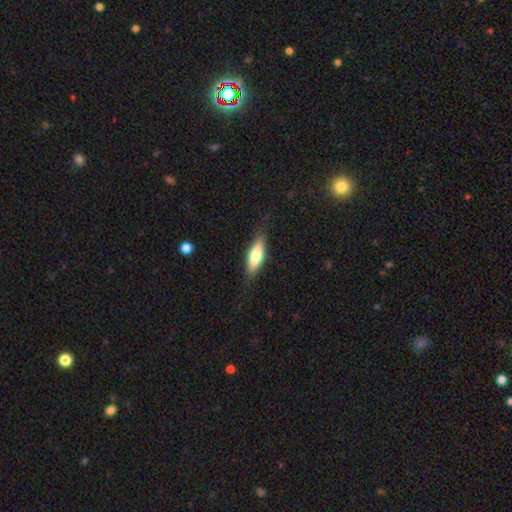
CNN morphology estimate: smooth_or_featured: smooth (p=0.62) [alt: featured or disk p=0.32]
how_rounded: in between (p=0.53) [alt: cigar-shaped p=0.45]
merging: none (p=0.81) [alt: minor disturbance p=0.14]